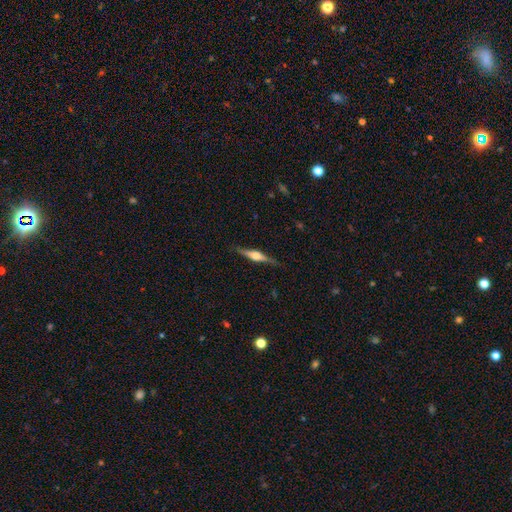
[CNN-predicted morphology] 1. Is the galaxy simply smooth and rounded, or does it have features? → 73% featured or disk, 21% smooth, 6% star or artifact.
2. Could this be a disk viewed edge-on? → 98% yes, 2% no.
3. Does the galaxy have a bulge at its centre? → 86% rounded, 11% boxy, 3% none.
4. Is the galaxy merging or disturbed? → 87% none, 10% minor disturbance, 2% major disturbance, 1% merger.